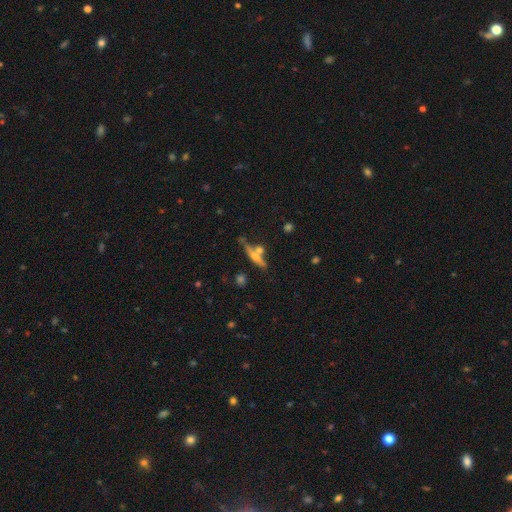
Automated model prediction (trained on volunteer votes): Smooth or featured?
  - featured or disk: 53% *
  - smooth: 39%
  - star or artifact: 8%
Edge-on disk?
  - yes: 90% *
  - no: 10%
Merging?
  - none: 60% *
  - merger: 23%
  - minor disturbance: 12%
  - major disturbance: 4%